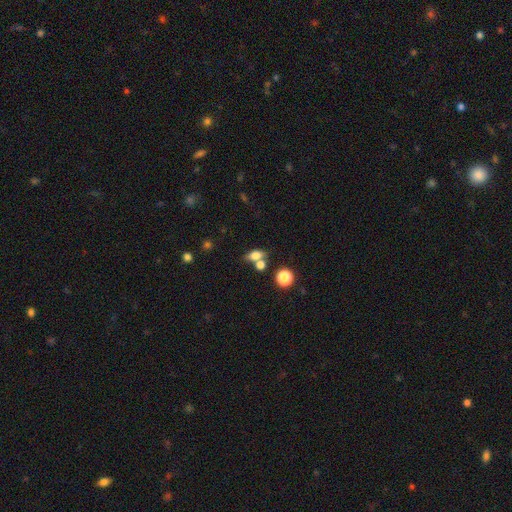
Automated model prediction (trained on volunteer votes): Smooth or featured: smooth — 72% (featured or disk — 15%)
How rounded: in between — 73% (round — 17%)
Merging: none — 52% (merger — 31%)